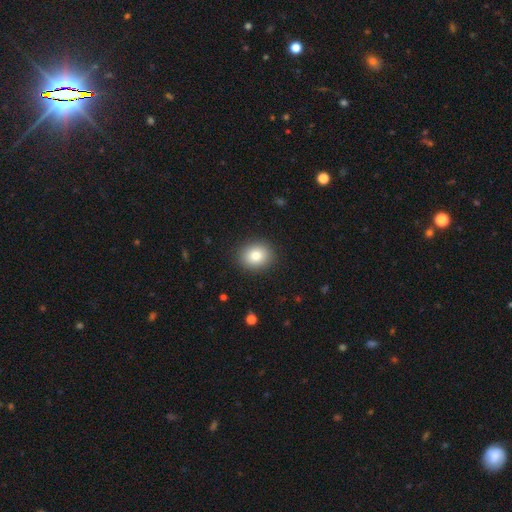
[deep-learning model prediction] smooth_or_featured: smooth (p=0.81) [alt: star or artifact p=0.10]
how_rounded: round (p=0.70) [alt: in between p=0.29]
merging: none (p=0.90) [alt: minor disturbance p=0.07]